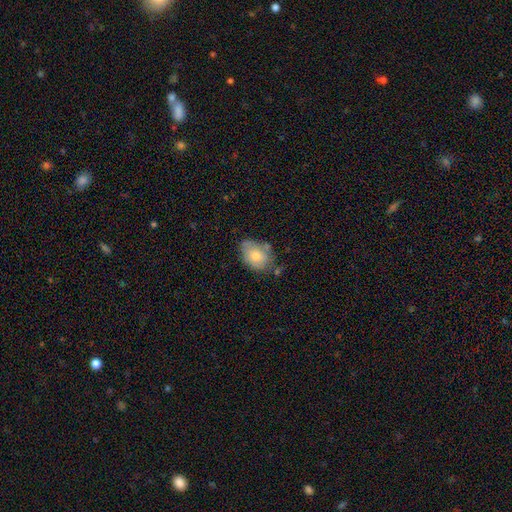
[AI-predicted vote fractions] Smooth or featured? smooth (68%)
How rounded? in between (73%)
Merging? none (55%)